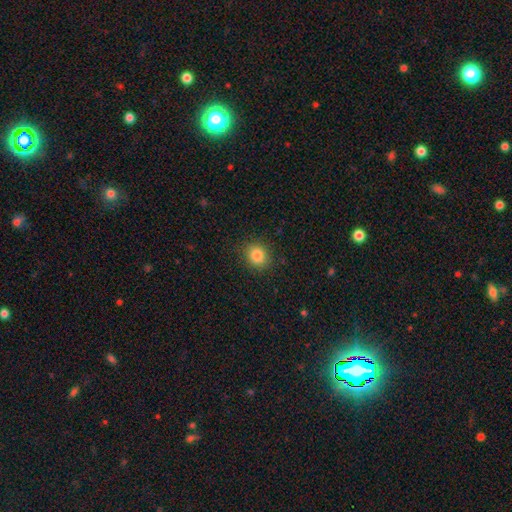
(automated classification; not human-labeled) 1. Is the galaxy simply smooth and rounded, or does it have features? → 84% smooth, 11% star or artifact, 5% featured or disk.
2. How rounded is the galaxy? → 78% round, 21% in between, 1% cigar-shaped.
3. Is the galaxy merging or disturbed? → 89% none, 7% minor disturbance, 2% major disturbance, 1% merger.